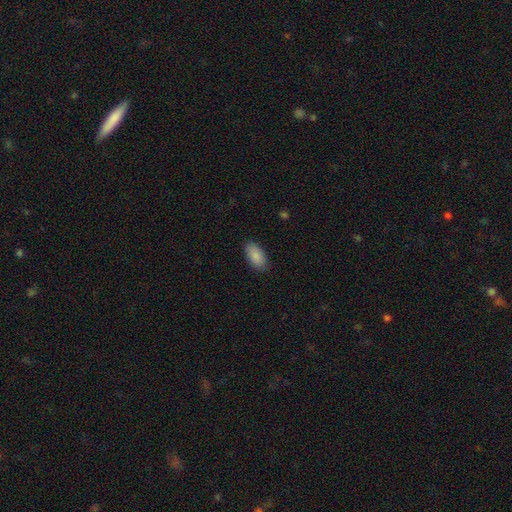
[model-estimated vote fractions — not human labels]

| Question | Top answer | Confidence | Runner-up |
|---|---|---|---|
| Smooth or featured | smooth | 89% | star or artifact (6%) |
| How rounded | in between | 94% | cigar-shaped (4%) |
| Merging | none | 86% | minor disturbance (10%) |